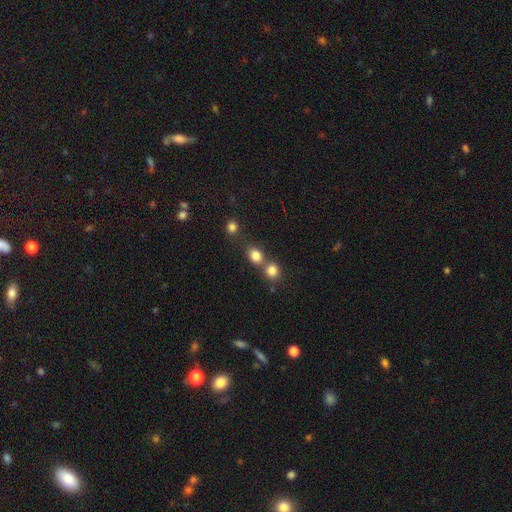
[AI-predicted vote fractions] smooth 81%, star or artifact 12%, featured or disk 7%. Down the decision tree: how rounded — round (57%); merging — none (48%).